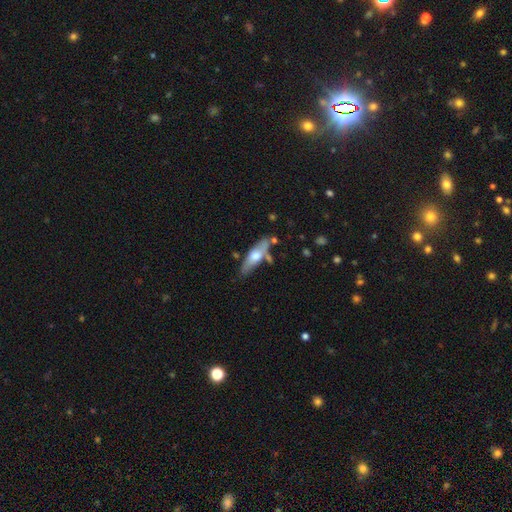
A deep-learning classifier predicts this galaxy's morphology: This is possibly a smooth galaxy (51%). How rounded: possibly cigar-shaped (55%). Merging: likely none (67%).